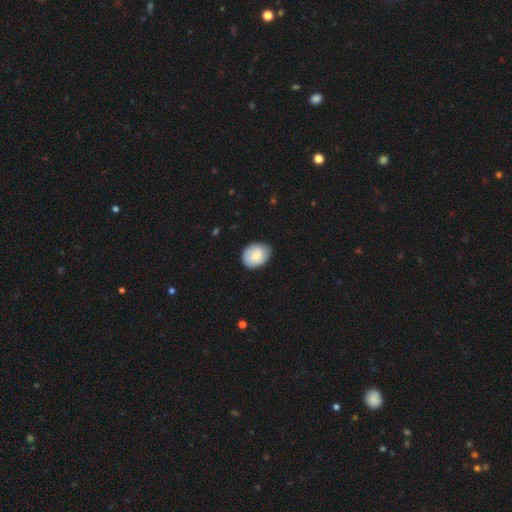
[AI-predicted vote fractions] Smooth or featured?
  - smooth: 74% *
  - featured or disk: 20%
  - star or artifact: 6%
How rounded?
  - in between: 59% *
  - round: 40%
  - cigar-shaped: 1%
Merging?
  - none: 78% *
  - minor disturbance: 18%
  - major disturbance: 3%
  - merger: 1%